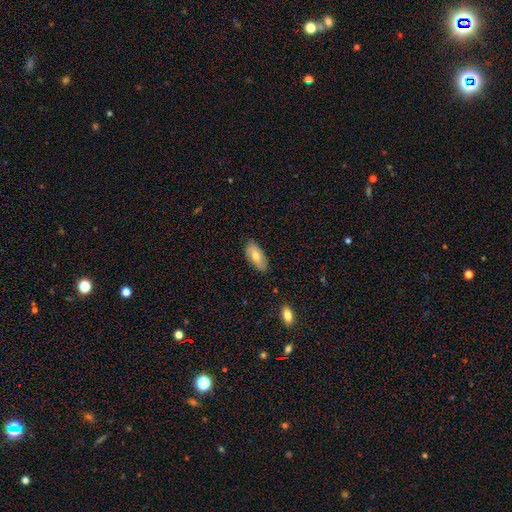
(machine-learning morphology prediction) Smooth or featured? Predicted: smooth (p=0.65). How rounded? Predicted: in between (p=0.88). Merging? Predicted: none (p=0.82).